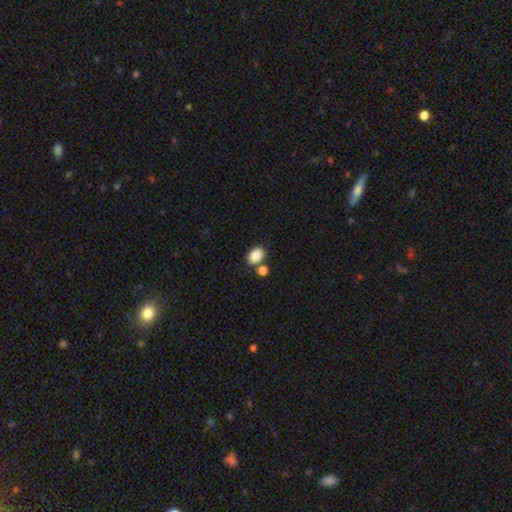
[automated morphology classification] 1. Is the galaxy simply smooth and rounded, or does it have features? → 87% smooth, 9% star or artifact, 5% featured or disk.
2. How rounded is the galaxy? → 77% in between, 22% round, 1% cigar-shaped.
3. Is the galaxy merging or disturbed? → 68% none, 18% merger, 10% minor disturbance, 3% major disturbance.